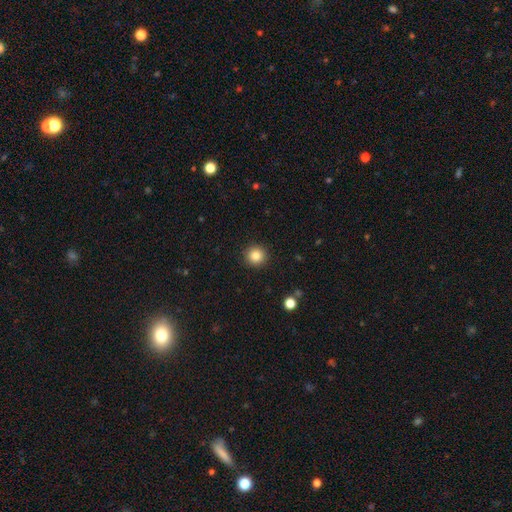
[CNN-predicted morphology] The model was most divided on "smooth or featured": smooth: 84%, star or artifact: 11%, featured or disk: 5%. More confident: how rounded — round (94%); merging — none (92%).